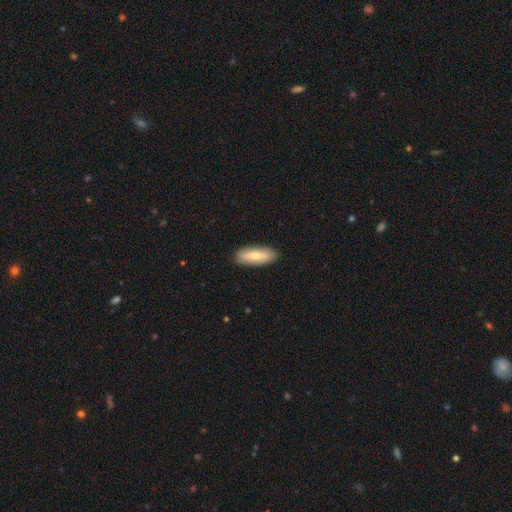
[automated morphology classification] A smooth galaxy with no disk features (66%) that is in between round and cigar-shaped (66%). Merging: none (88%).